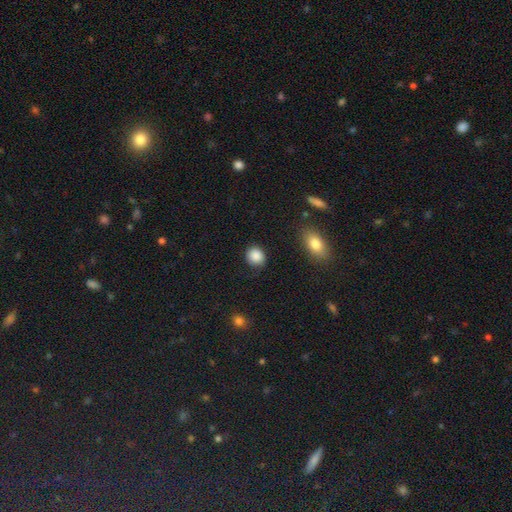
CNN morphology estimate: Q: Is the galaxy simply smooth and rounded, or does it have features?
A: smooth — 88%.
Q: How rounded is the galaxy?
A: round — 77%.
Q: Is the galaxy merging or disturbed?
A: none — 78%.